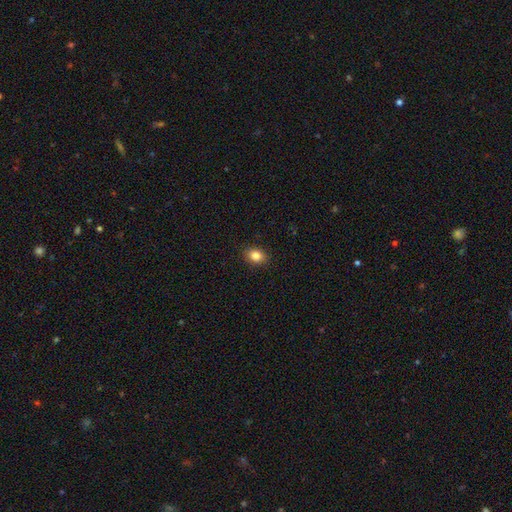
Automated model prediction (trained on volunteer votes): smooth_or_featured: smooth (p=0.85) [alt: star or artifact p=0.10]
how_rounded: in between (p=0.64) [alt: round p=0.35]
merging: none (p=0.90) [alt: minor disturbance p=0.07]